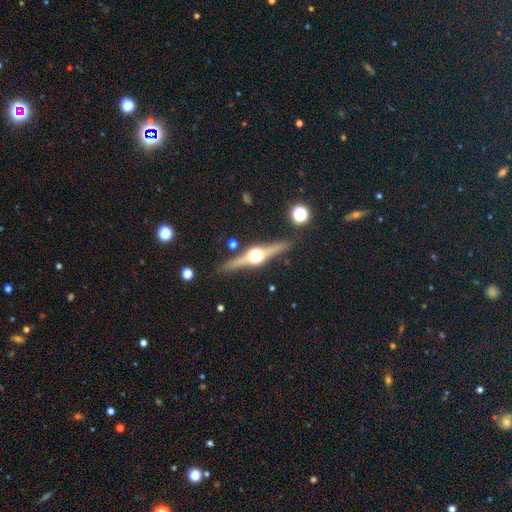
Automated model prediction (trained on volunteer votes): Smooth or featured: featured or disk — 84% (smooth — 9%)
Edge-on disk: yes — 98% (no — 2%)
Edge-on bulge: rounded — 95% (boxy — 4%)
Merging: none — 89% (minor disturbance — 8%)